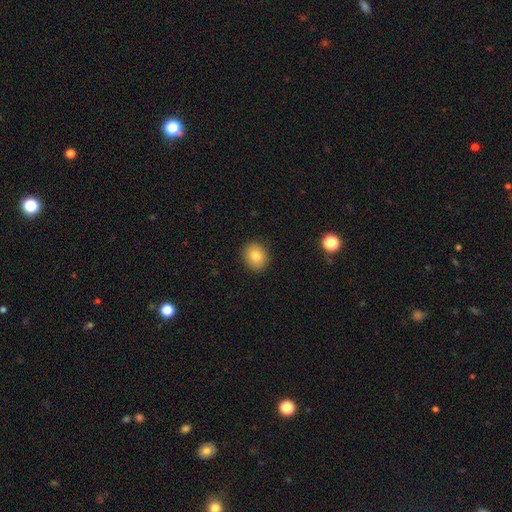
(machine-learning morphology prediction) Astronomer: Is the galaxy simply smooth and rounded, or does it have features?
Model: smooth — 82%.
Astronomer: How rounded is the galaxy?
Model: round — 73%.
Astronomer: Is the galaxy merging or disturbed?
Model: none — 90%.